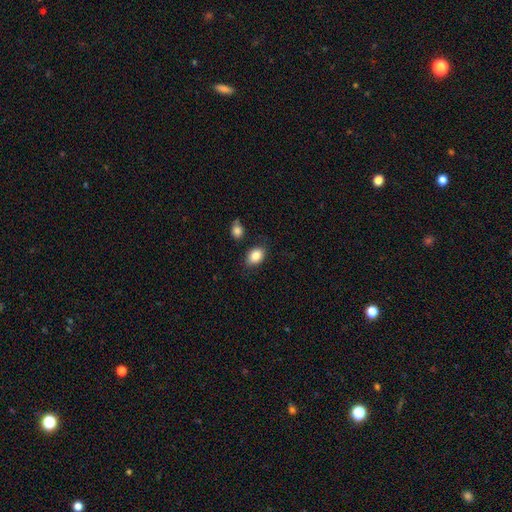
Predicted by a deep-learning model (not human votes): smooth-or-featured: smooth: 86% | star or artifact: 8% | featured or disk: 6%
  how-rounded: in between: 71% | round: 28% | cigar-shaped: 1%
  merging: none: 80% | minor disturbance: 12% | merger: 4% | major disturbance: 3%